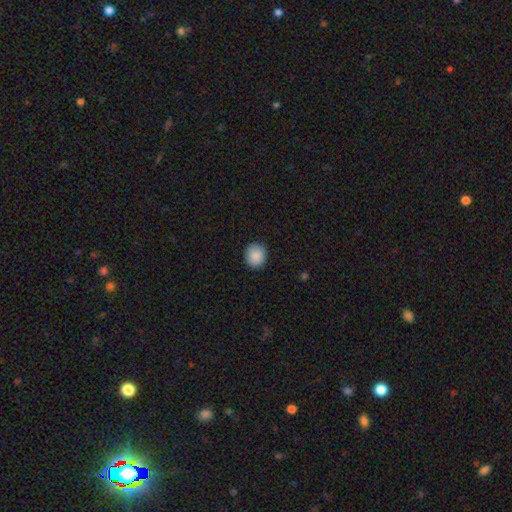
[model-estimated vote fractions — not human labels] This appears to be a smooth galaxy with no disk features (89%) that is round (84%). Merging: none (88%).